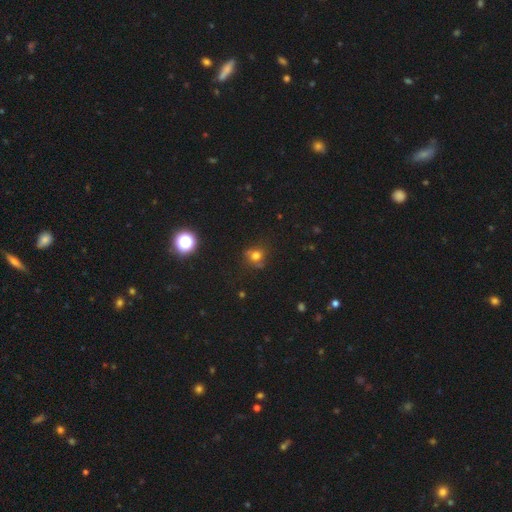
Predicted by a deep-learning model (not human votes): Smooth or featured? Predicted: smooth (p=0.67). How rounded? Predicted: round (p=0.76). Merging? Predicted: none (p=0.67).